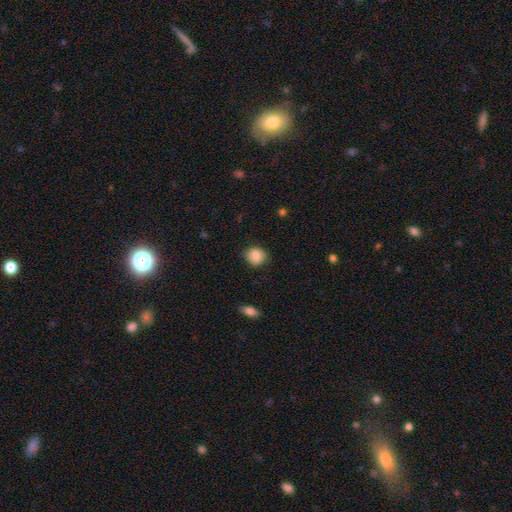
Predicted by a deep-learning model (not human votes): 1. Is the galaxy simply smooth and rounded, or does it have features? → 86% smooth, 8% star or artifact, 6% featured or disk.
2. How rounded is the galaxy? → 79% round, 20% in between, 1% cigar-shaped.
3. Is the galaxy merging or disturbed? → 83% none, 13% minor disturbance, 3% major disturbance, 1% merger.